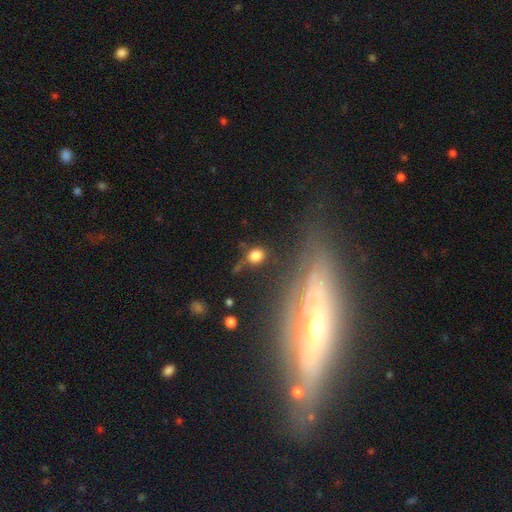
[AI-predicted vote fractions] smooth 78%, star or artifact 12%, featured or disk 10%. Down the decision tree: how rounded — round (71%); merging — none (67%).